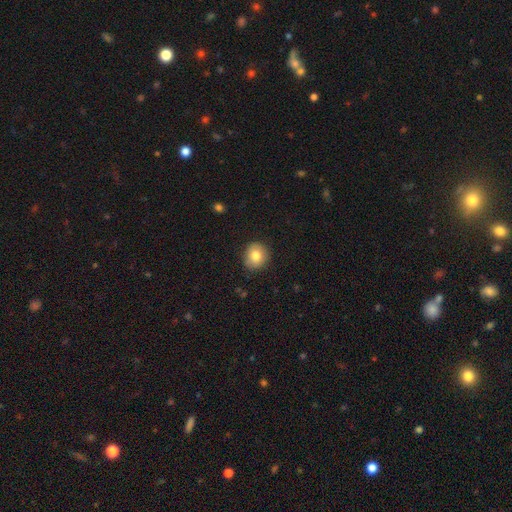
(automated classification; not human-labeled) A smooth galaxy with no disk features (81%) that is round (83%).

Vote fractions:
- Smooth or featured? smooth: 81% / featured or disk: 10% / star or artifact: 9%
- How rounded? round: 83% / in between: 16% / cigar-shaped: 1%
- Merging? none: 88% / minor disturbance: 9% / major disturbance: 2% / merger: 1%